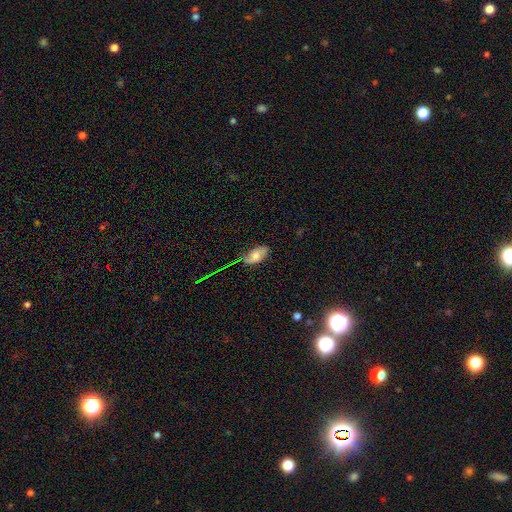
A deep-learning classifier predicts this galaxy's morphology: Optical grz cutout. It shows a smooth galaxy with no disk features (62%) that is in between round and cigar-shaped (91%). Merging: none (69%).